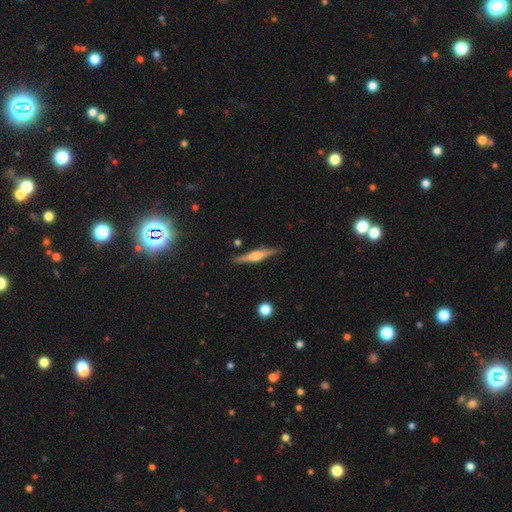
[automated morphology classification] Smooth or featured? Predicted: featured or disk (p=0.69). Edge-on disk? Predicted: yes (p=0.97). Edge-on bulge? Predicted: rounded (p=0.87). Merging? Predicted: none (p=0.88).